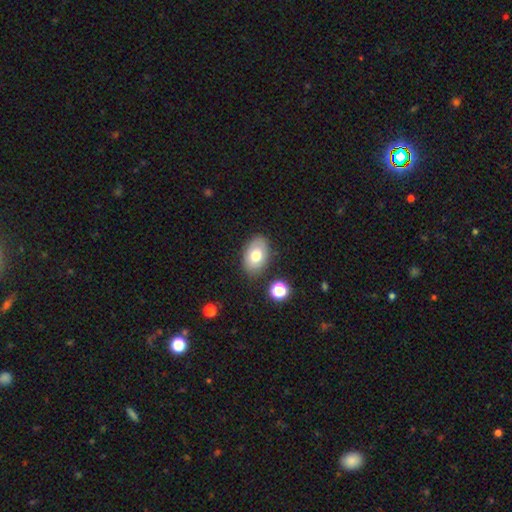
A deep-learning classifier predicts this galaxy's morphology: Smooth or featured?
  - smooth: 75% *
  - featured or disk: 17%
  - star or artifact: 8%
How rounded?
  - in between: 88% *
  - round: 11%
  - cigar-shaped: 1%
Merging?
  - none: 81% *
  - minor disturbance: 12%
  - merger: 3%
  - major disturbance: 3%